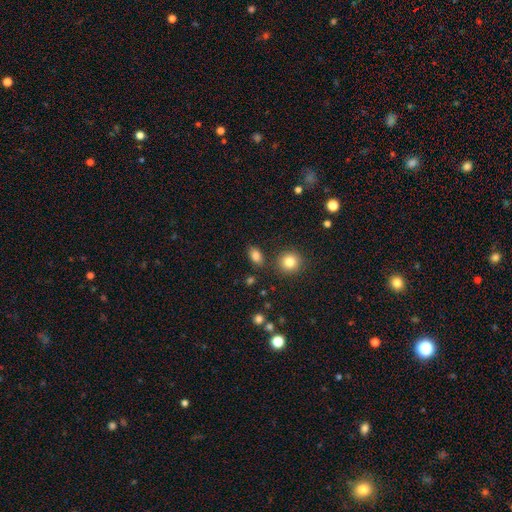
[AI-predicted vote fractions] smooth_or_featured: smooth (p=0.84) [alt: star or artifact p=0.10]
how_rounded: in between (p=0.81) [alt: round p=0.16]
merging: none (p=0.81) [alt: minor disturbance p=0.11]